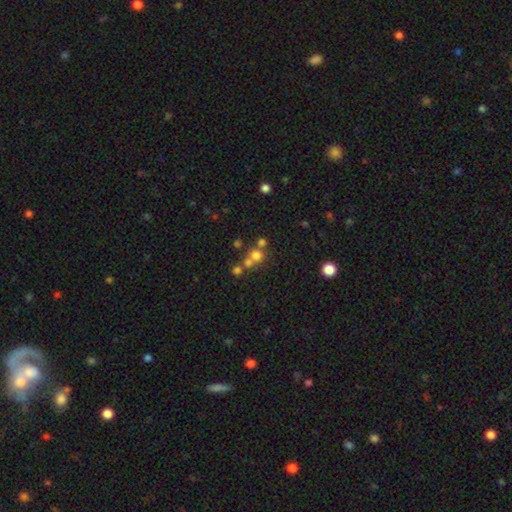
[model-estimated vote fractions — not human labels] smooth 65%, star or artifact 20%, featured or disk 15%. Down the decision tree: how rounded — round (87%); merging — none (50%).